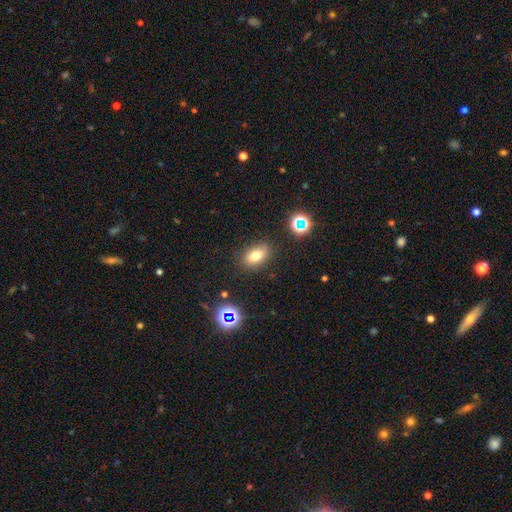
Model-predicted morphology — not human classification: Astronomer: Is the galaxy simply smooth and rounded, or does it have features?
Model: smooth — 73%.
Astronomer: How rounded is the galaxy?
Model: in between — 82%.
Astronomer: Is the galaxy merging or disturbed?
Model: none — 84%.